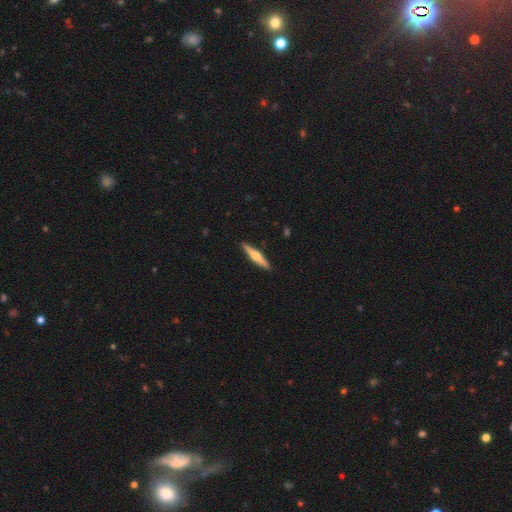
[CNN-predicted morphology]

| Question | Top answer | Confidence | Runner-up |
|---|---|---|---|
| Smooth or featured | featured or disk | 65% | smooth (30%) |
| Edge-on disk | yes | 98% | no (2%) |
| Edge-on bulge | rounded | 93% | boxy (4%) |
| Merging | none | 92% | minor disturbance (6%) |